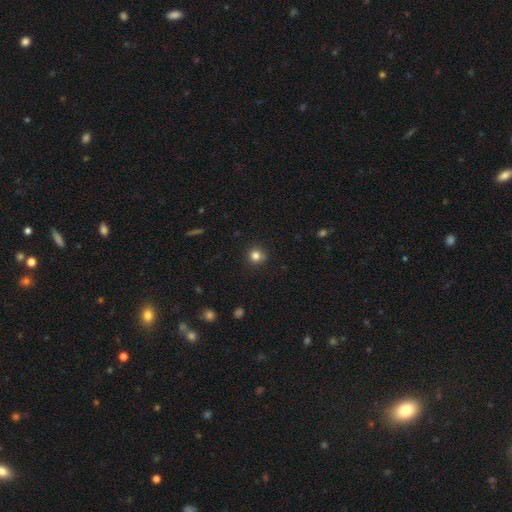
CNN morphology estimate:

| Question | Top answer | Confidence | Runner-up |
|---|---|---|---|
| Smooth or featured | smooth | 83% | star or artifact (12%) |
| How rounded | round | 92% | in between (7%) |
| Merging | none | 89% | minor disturbance (8%) |